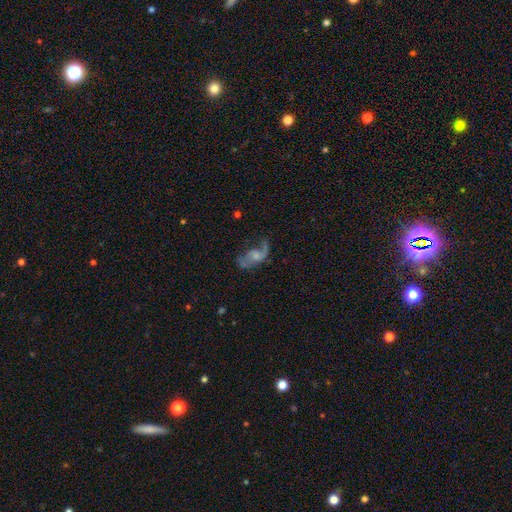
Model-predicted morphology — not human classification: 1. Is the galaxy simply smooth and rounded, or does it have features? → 68% featured or disk, 23% smooth, 9% star or artifact.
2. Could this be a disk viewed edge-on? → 95% no, 5% yes.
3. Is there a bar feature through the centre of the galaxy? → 65% no, 30% weak, 5% strong.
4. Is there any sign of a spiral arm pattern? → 82% yes, 18% no.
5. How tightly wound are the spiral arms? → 71% loose, 23% medium, 6% tight.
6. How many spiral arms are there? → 69% 2, 22% 1, 6% can't tell, 1% 3, 1% 4, 1% more than 4.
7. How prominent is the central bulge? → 40% small, 32% moderate, 21% none, 6% large, 2% dominant.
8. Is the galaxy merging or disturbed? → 42% none, 31% major disturbance, 23% minor disturbance, 4% merger.